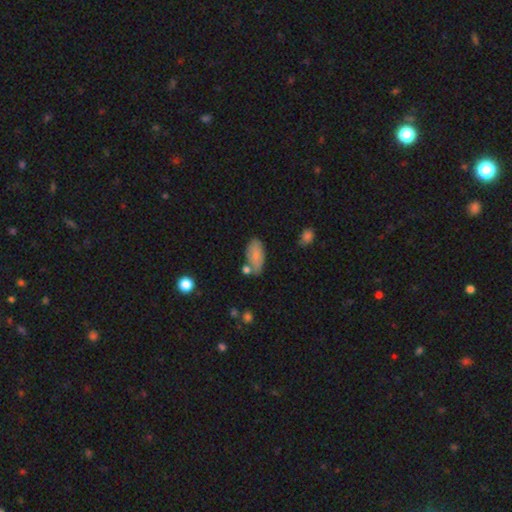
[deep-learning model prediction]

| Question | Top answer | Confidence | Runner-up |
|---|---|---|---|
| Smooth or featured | smooth | 77% | featured or disk (16%) |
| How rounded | in between | 92% | cigar-shaped (5%) |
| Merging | none | 60% | minor disturbance (22%) |